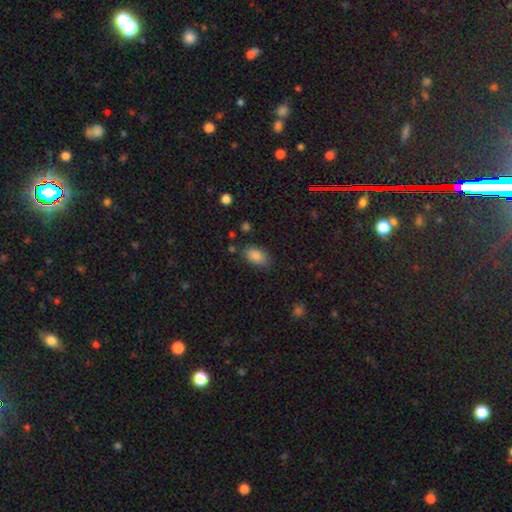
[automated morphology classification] This appears to be a smooth galaxy with no disk features (87%) that is in between round and cigar-shaped (92%). Merging: none (79%).